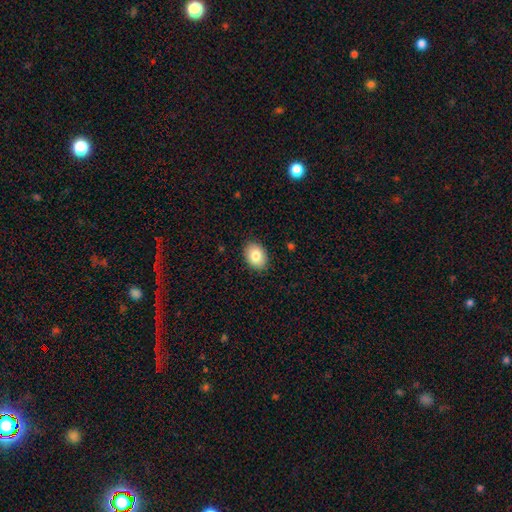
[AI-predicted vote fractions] This appears to be a smooth galaxy with no disk features (83%) that is in between round and cigar-shaped (70%). Merging: none (88%).